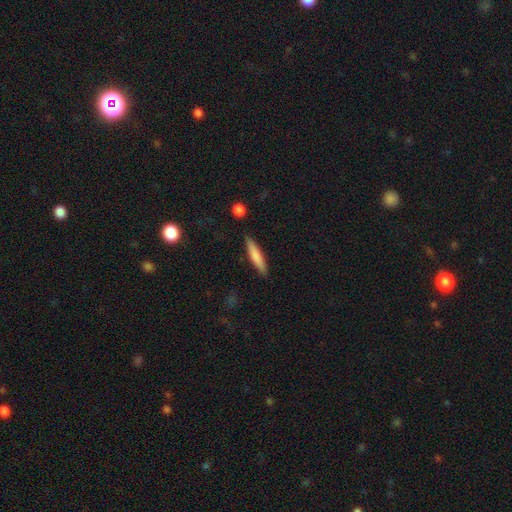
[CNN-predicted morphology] A smooth galaxy with no disk features (75%) that is cigar-shaped (88%).

Vote fractions:
- Smooth or featured? smooth: 75% / featured or disk: 20% / star or artifact: 6%
- How rounded? cigar-shaped: 88% / in between: 11% / round: 1%
- Merging? none: 88% / minor disturbance: 9% / major disturbance: 2% / merger: 2%